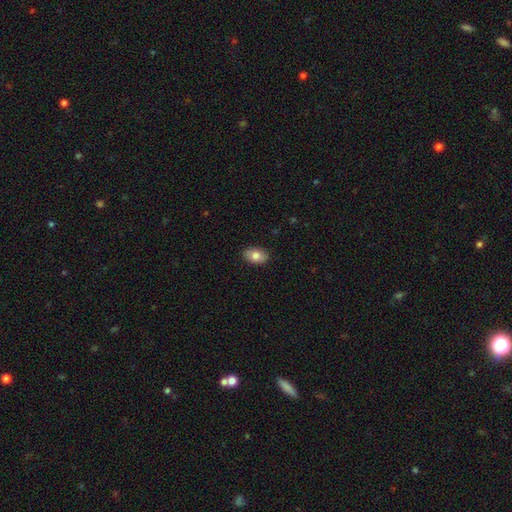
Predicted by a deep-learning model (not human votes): This appears to be a smooth galaxy with no disk features (79%) that is in between round and cigar-shaped (89%). Merging: none (88%).